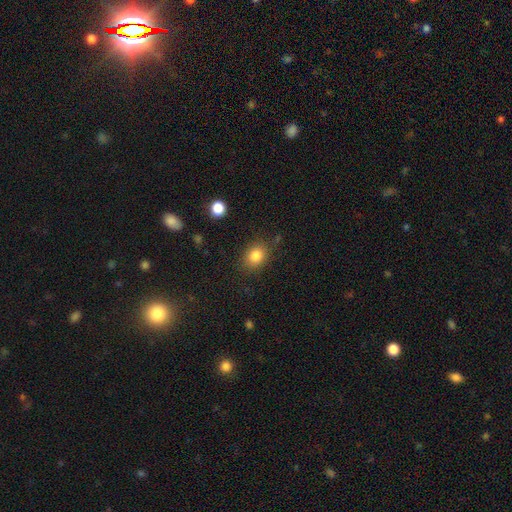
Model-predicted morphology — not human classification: Smooth or featured: smooth — 83% (star or artifact — 10%)
How rounded: in between — 52% (round — 47%)
Merging: none — 81% (minor disturbance — 13%)